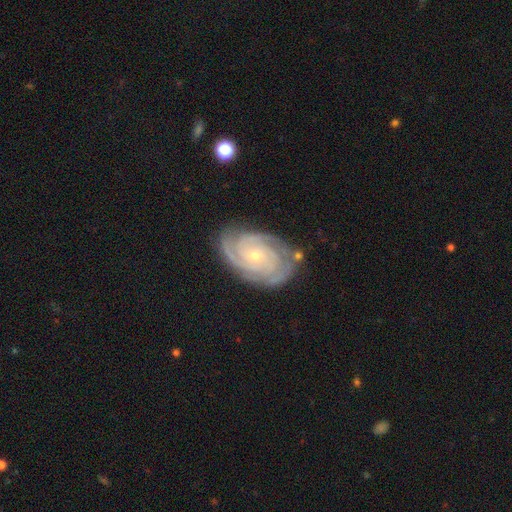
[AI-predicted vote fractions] Overall: featured or disk (86%). Edge-on disk: no (97%). Bar: no (72%). Spiral arms: yes (98%). Spiral arm count: 2 (32%; 3 29%). Spiral winding: tight (77%). Bulge size: small (73%). Merging: none (77%).